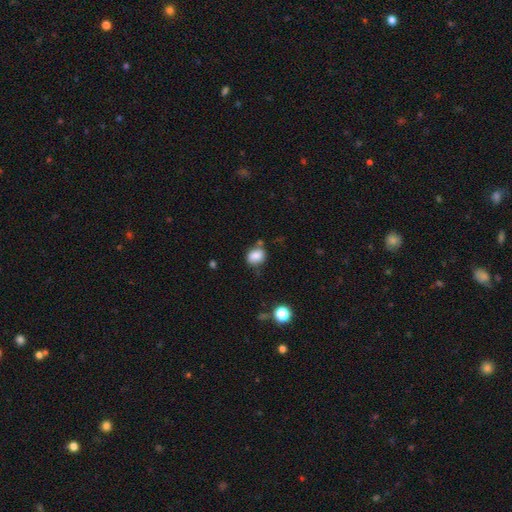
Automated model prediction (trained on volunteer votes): Smooth or featured: smooth — 82% (star or artifact — 10%)
How rounded: in between — 50% (round — 49%)
Merging: none — 64% (minor disturbance — 21%)